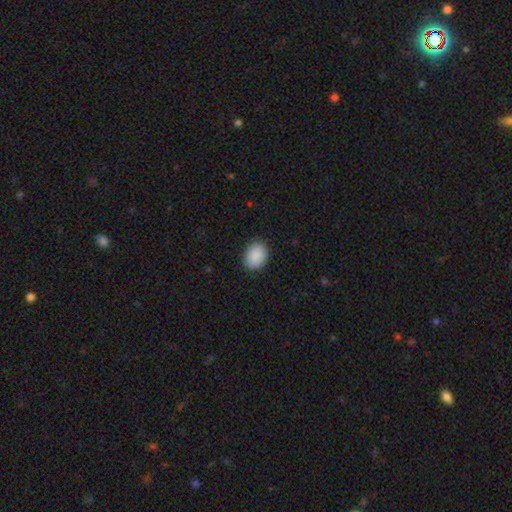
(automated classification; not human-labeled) A smooth galaxy with no disk features (90%) that is in between round and cigar-shaped (69%).

Vote fractions:
- Smooth or featured? smooth: 90% / star or artifact: 7% / featured or disk: 3%
- How rounded? in between: 69% / round: 30% / cigar-shaped: 1%
- Merging? none: 88% / minor disturbance: 9% / major disturbance: 2% / merger: 1%